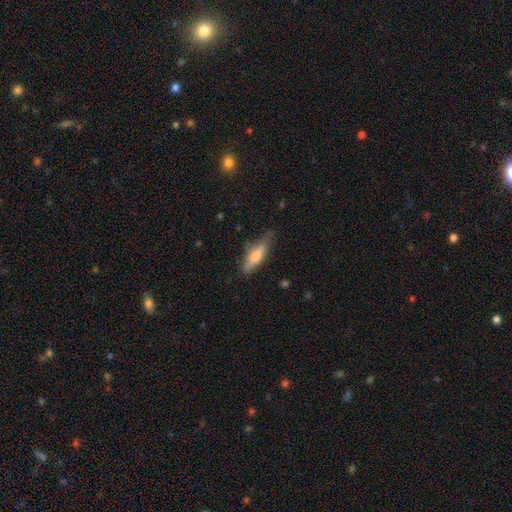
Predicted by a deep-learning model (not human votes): Q: Smooth or featured?
A: smooth (66%); runner-up: featured or disk (28%)
Q: How rounded?
A: cigar-shaped (58%); runner-up: in between (40%)
Q: Merging?
A: none (65%); runner-up: minor disturbance (27%)